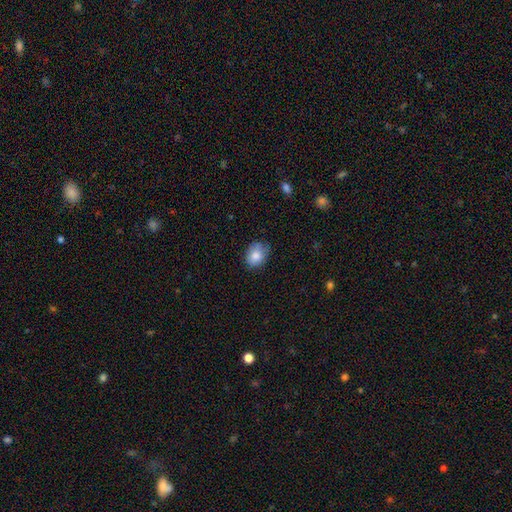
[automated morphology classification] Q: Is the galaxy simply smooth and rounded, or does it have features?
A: smooth — 83%.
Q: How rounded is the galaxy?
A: in between — 62%.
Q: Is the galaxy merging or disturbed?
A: none — 65%.